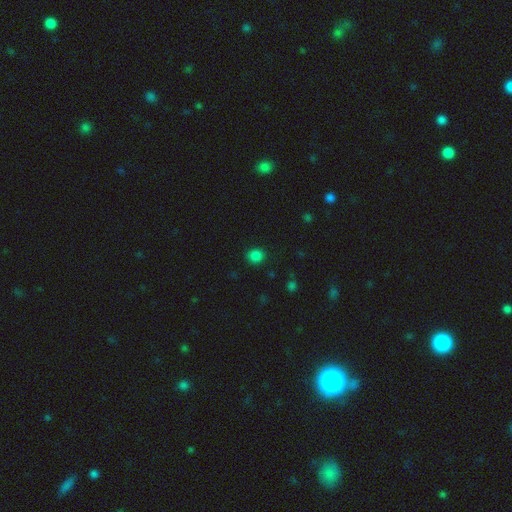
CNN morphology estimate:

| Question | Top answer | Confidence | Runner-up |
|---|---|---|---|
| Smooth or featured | smooth | 83% | star or artifact (14%) |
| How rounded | round | 81% | in between (18%) |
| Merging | none | 89% | minor disturbance (8%) |